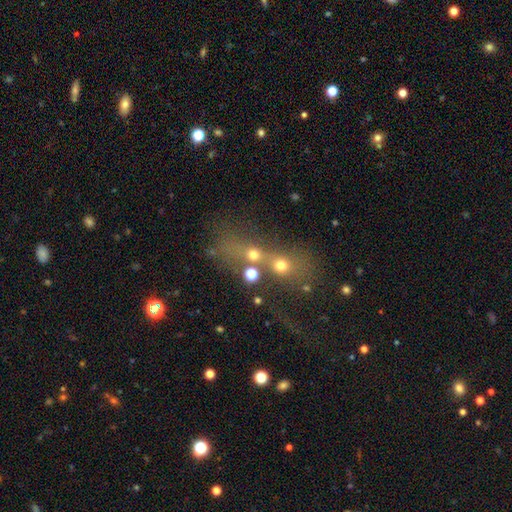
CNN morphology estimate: The model was most divided on "smooth or featured": smooth: 43%, star or artifact: 29%, featured or disk: 28%. More confident: merging — merger (61%).